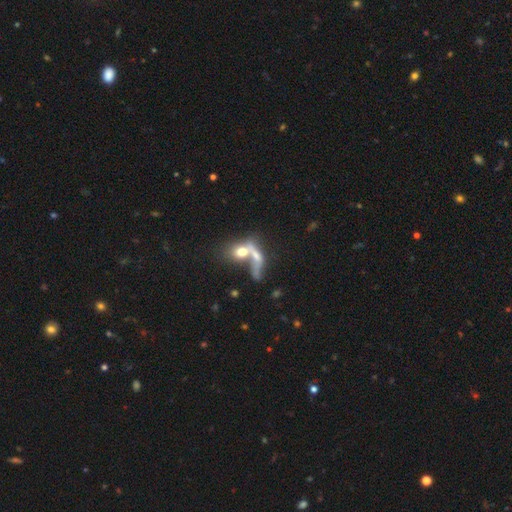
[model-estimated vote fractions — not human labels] This appears to be a smooth galaxy with no disk features (56%) that is in between round and cigar-shaped (50%). Merging: merger (63%).